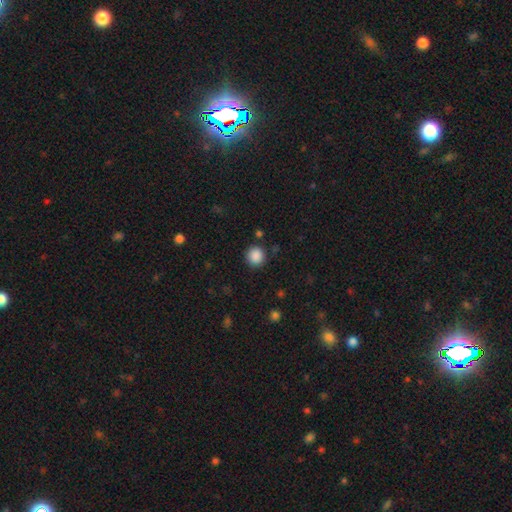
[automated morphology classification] This is clearly a smooth galaxy (88%). How rounded: clearly round (92%). Merging: clearly none (88%).